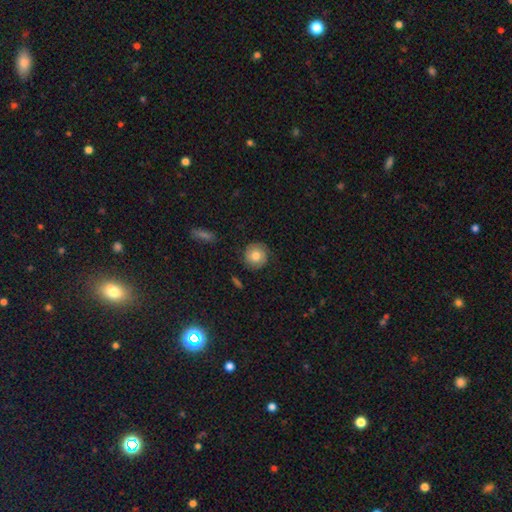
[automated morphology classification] This is likely a smooth galaxy (69%). How rounded: clearly round (91%). Merging: clearly none (85%).